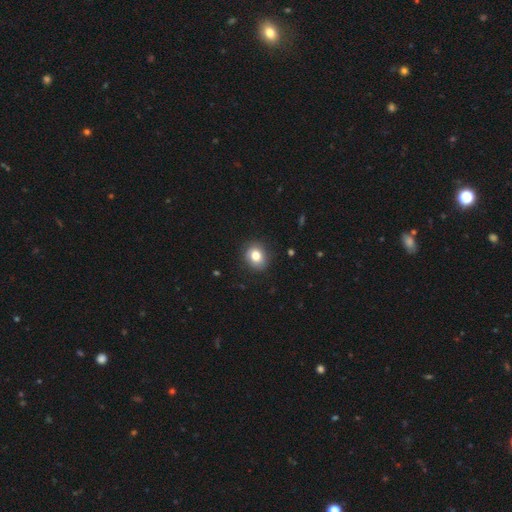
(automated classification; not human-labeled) Q: Smooth or featured?
A: smooth (80%); runner-up: featured or disk (11%)
Q: How rounded?
A: round (64%); runner-up: in between (36%)
Q: Merging?
A: none (84%); runner-up: minor disturbance (12%)